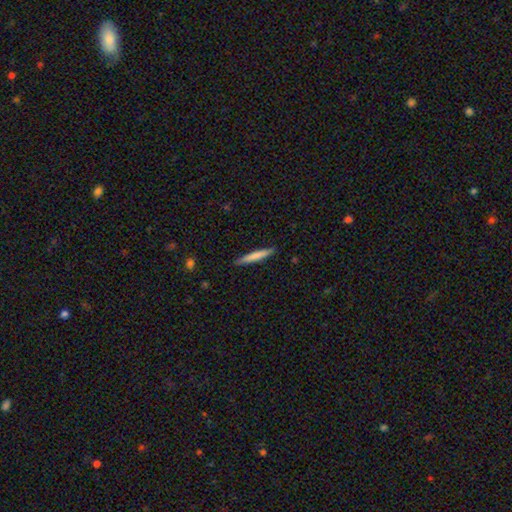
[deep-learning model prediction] smooth-or-featured: smooth: 73% | featured or disk: 22% | star or artifact: 5%
  how-rounded: cigar-shaped: 95% | in between: 4% | round: 1%
  merging: none: 90% | minor disturbance: 8% | major disturbance: 2% | merger: 1%